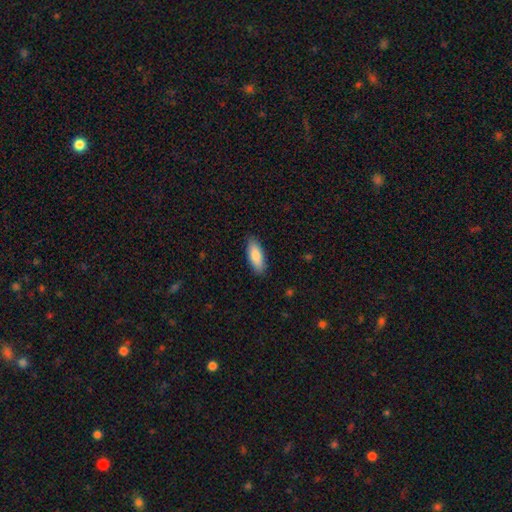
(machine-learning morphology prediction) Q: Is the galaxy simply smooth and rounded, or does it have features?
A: smooth — 85%.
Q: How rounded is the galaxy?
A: in between — 72%.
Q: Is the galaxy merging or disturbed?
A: none — 88%.